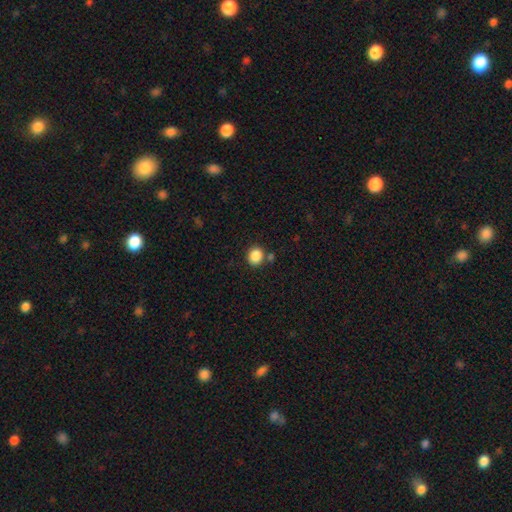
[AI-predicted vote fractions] A smooth galaxy with no disk features (87%) that is round (78%). Merging: none (78%).